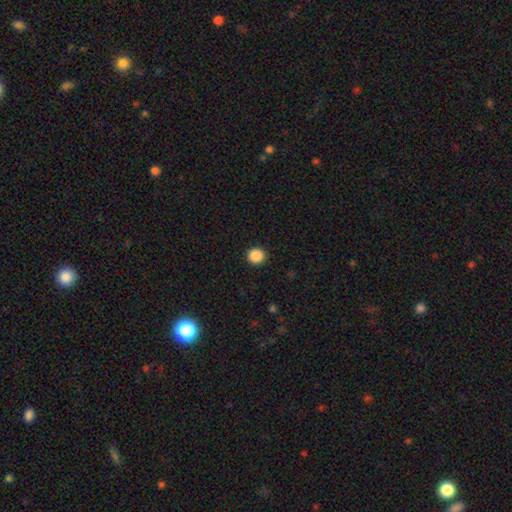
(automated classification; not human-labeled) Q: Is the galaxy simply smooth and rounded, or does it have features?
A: smooth — 88%.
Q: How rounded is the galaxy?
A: round — 94%.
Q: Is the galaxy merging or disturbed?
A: none — 93%.